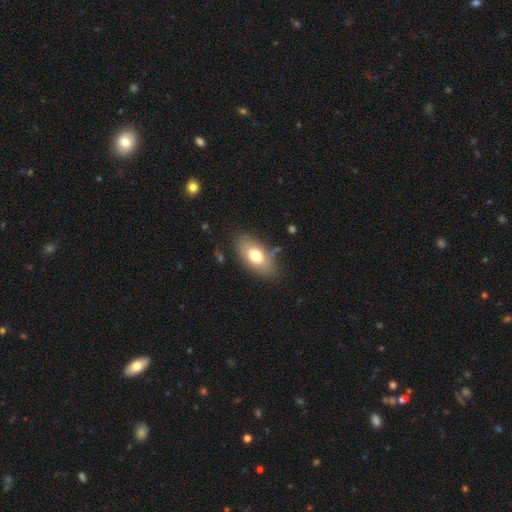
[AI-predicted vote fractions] This is likely a smooth galaxy (71%). How rounded: clearly in between (92%). Merging: likely none (78%).